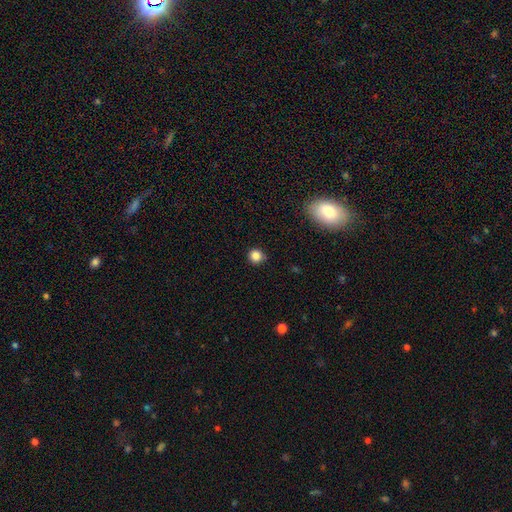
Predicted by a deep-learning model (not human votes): Smooth or featured: smooth — 84% (star or artifact — 12%)
How rounded: round — 92% (in between — 7%)
Merging: none — 88% (minor disturbance — 9%)